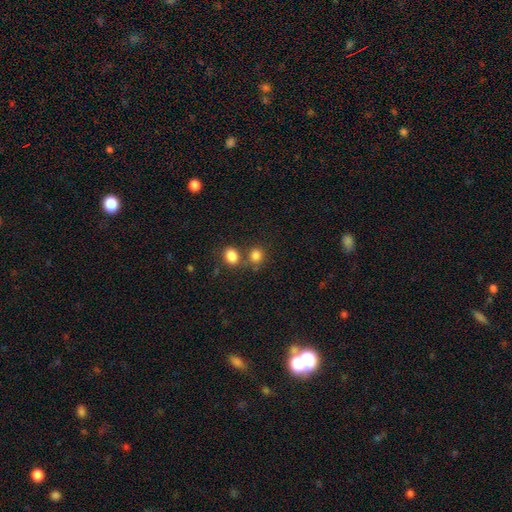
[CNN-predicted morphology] smooth-or-featured: smooth: 82% | star or artifact: 12% | featured or disk: 6%
  how-rounded: round: 67% | in between: 32% | cigar-shaped: 1%
  merging: none: 58% | merger: 29% | minor disturbance: 9% | major disturbance: 4%